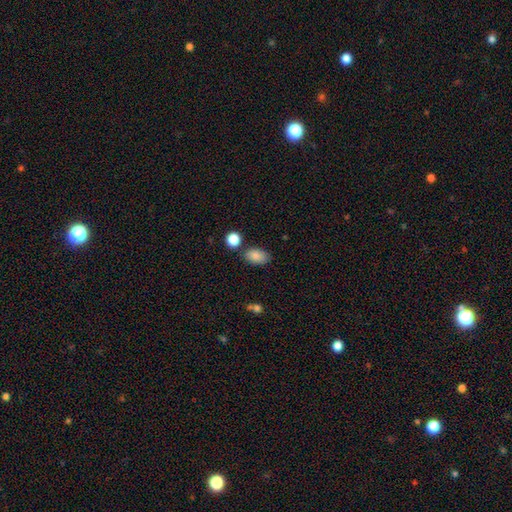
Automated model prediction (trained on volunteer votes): A smooth galaxy with no disk features (87%) that is in between round and cigar-shaped (90%).

Vote fractions:
- Smooth or featured? smooth: 87% / star or artifact: 8% / featured or disk: 5%
- How rounded? in between: 90% / round: 8% / cigar-shaped: 2%
- Merging? none: 77% / minor disturbance: 14% / merger: 7% / major disturbance: 3%